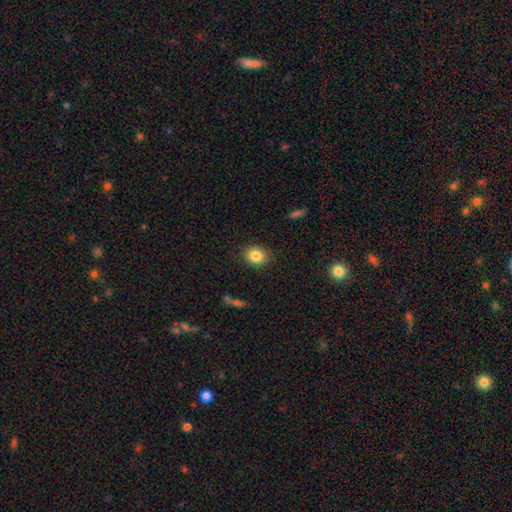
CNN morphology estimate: Smooth or featured?
  - smooth: 85% *
  - star or artifact: 9%
  - featured or disk: 6%
How rounded?
  - round: 64% *
  - in between: 35%
  - cigar-shaped: 1%
Merging?
  - none: 87% *
  - minor disturbance: 9%
  - major disturbance: 3%
  - merger: 1%